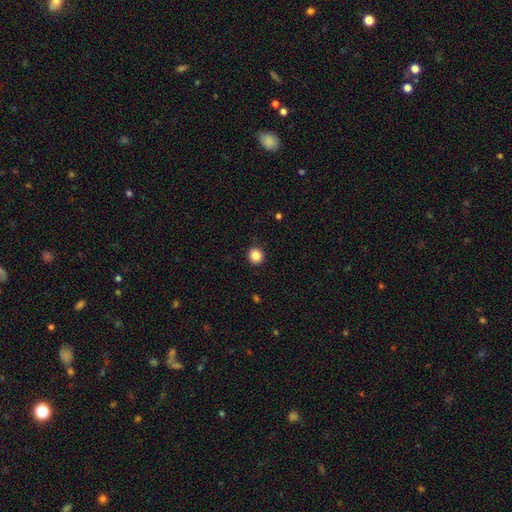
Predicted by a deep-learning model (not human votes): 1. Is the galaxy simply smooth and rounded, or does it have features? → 86% smooth, 10% star or artifact, 4% featured or disk.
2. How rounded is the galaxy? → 89% round, 10% in between, 1% cigar-shaped.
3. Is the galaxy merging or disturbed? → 92% none, 5% minor disturbance, 2% major disturbance, 1% merger.